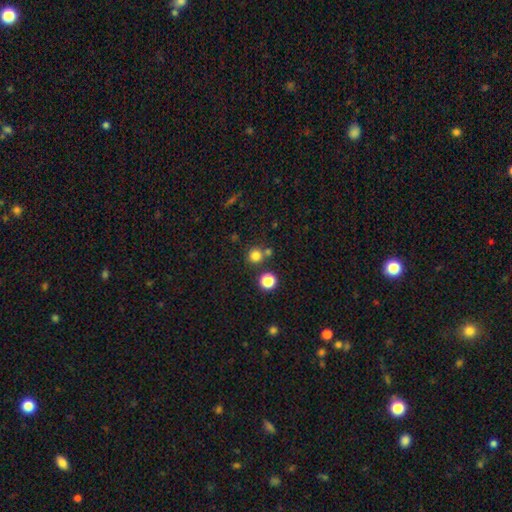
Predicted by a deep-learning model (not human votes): Smooth or featured? smooth (79%)
How rounded? round (92%)
Merging? none (73%)